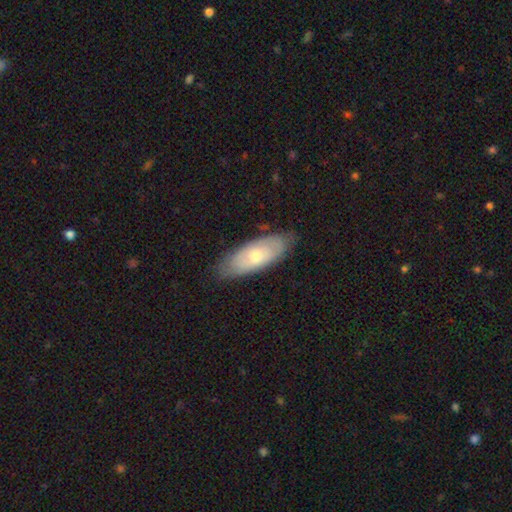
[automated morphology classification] smooth_or_featured: smooth (p=0.55) [alt: featured or disk p=0.39]
how_rounded: in between (p=0.77) [alt: cigar-shaped p=0.21]
merging: none (p=0.80) [alt: minor disturbance p=0.16]